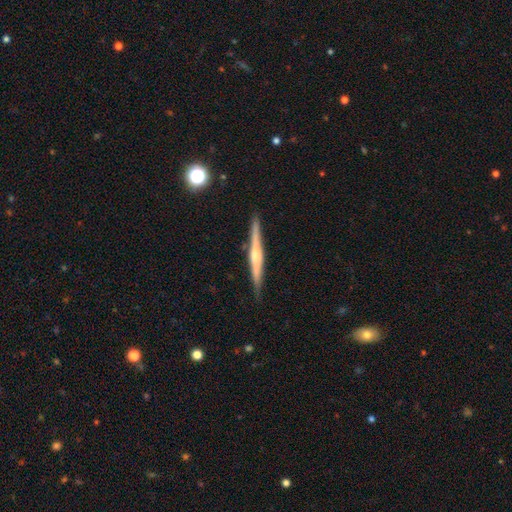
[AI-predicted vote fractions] smooth-or-featured: featured or disk: 70% | smooth: 24% | star or artifact: 6%
  disk-edge-on: yes: 98% | no: 2%
    edge-on-bulge: rounded: 68% | none: 17% | boxy: 14%
  merging: none: 89% | minor disturbance: 8% | major disturbance: 2% | merger: 1%